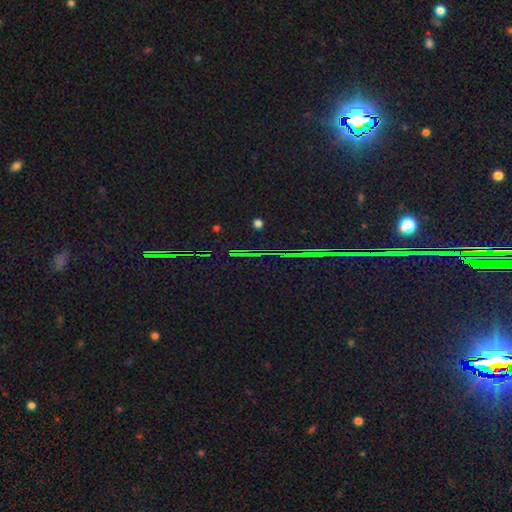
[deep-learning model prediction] The model was most divided on "smooth or featured": star or artifact: 86%, featured or disk: 7%, smooth: 7%.